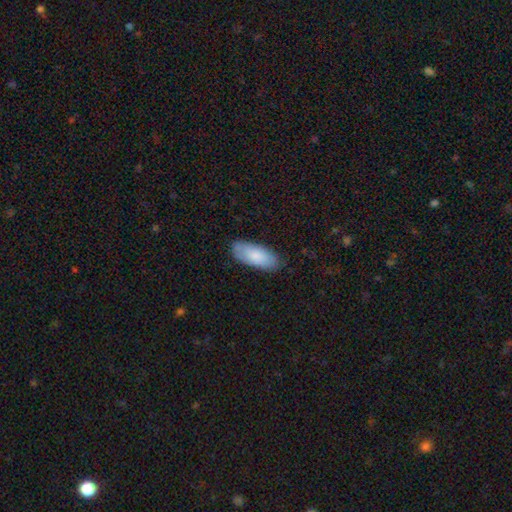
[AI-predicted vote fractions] Overall: smooth (83%). How rounded: in between (85%). Merging: none (82%).